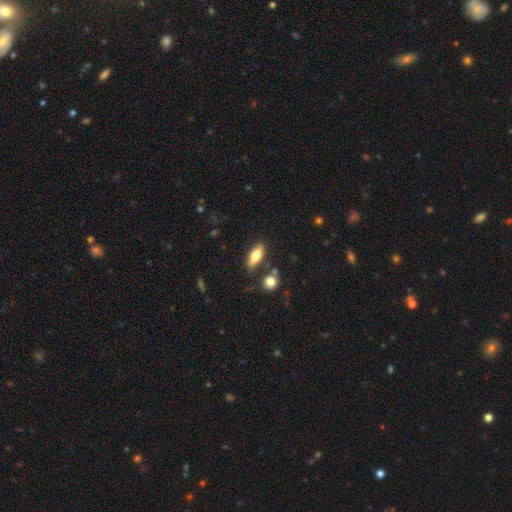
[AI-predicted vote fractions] Morphology: type=smooth (70%); roundness=in between (72%); merging=none (78%).